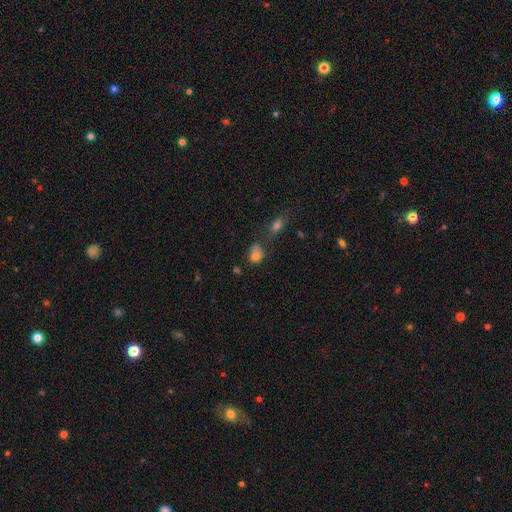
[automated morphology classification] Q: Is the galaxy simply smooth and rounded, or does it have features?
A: smooth — 77%.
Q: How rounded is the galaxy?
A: in between — 55%.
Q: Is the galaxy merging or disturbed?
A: none — 40%.